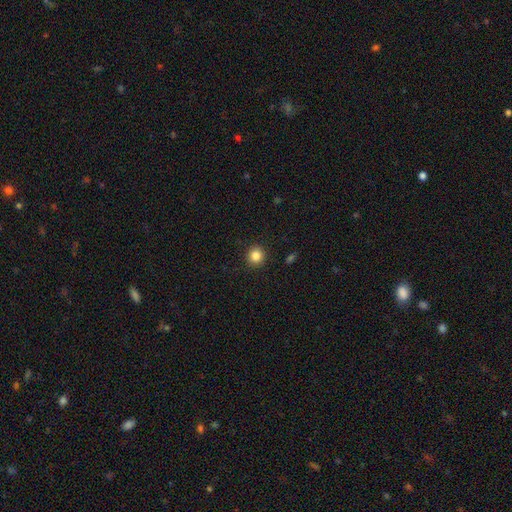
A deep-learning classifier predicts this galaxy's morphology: type=smooth (85%); roundness=round (92%); merging=none (92%).